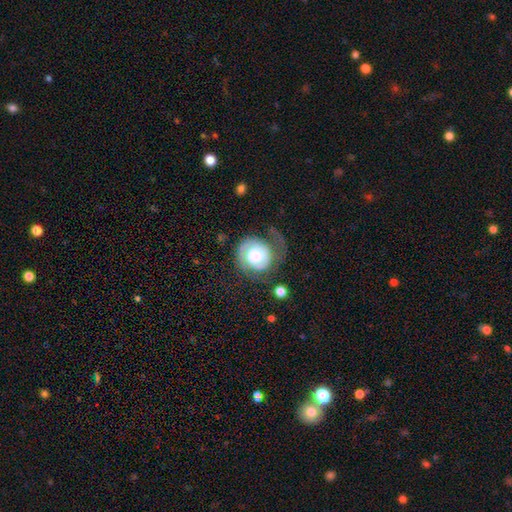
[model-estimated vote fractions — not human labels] smooth_or_featured: featured or disk (p=0.70) [alt: smooth p=0.23]
disk_edge_on: no (p=0.98) [alt: yes p=0.02]
bar: no (p=0.68) [alt: weak p=0.26]
has_spiral_arms: yes (p=0.87) [alt: no p=0.13]
spiral_winding: tight (p=0.52) [alt: medium p=0.31]
spiral_arm_count: 2 (p=0.52) [alt: 1 p=0.30]
bulge_size: large (p=0.43) [alt: moderate p=0.33]
merging: none (p=0.41) [alt: major disturbance p=0.33]